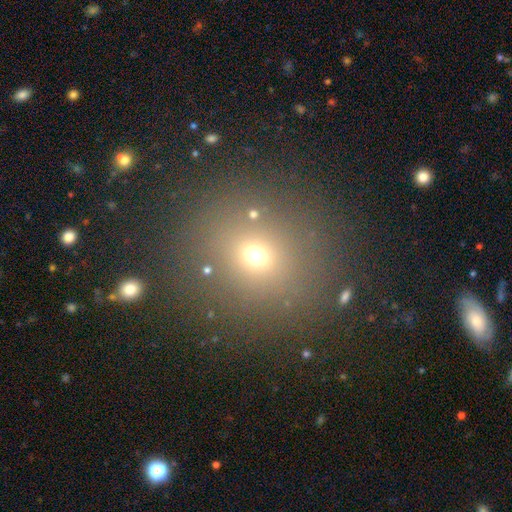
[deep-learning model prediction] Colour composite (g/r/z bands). It shows a smooth galaxy with no disk features (65%) that is round (76%). Merging: none (83%).